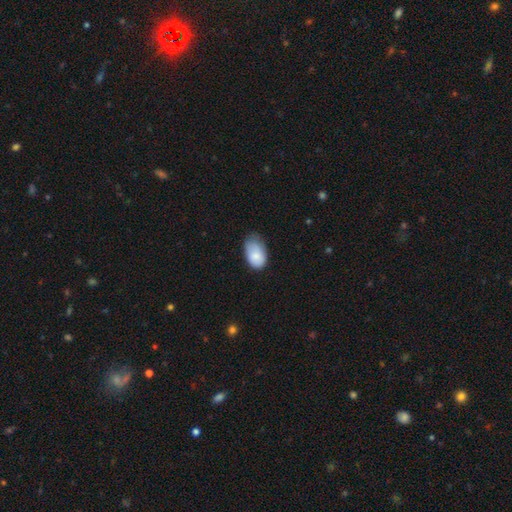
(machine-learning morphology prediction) type=smooth (84%); roundness=in between (91%); merging=minor disturbance (48%).